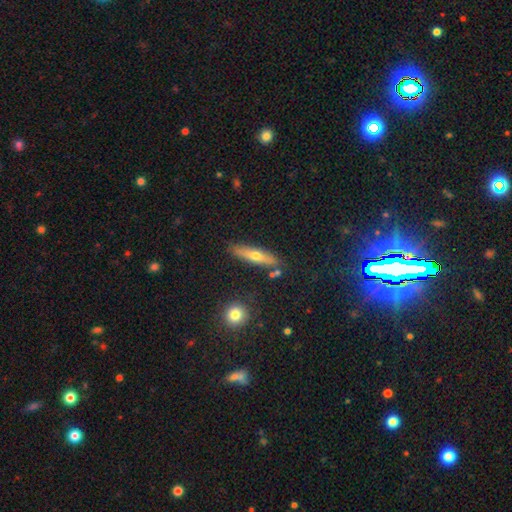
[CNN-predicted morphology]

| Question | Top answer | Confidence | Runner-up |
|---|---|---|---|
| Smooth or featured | smooth | 52% | featured or disk (41%) |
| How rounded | cigar-shaped | 76% | in between (22%) |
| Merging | none | 82% | minor disturbance (11%) |